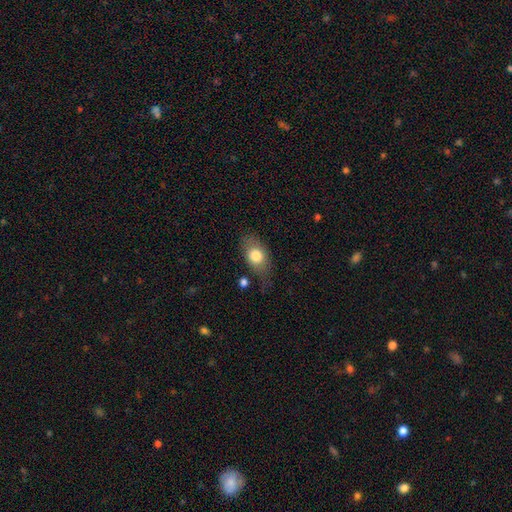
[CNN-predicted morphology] A smooth galaxy with no disk features (76%) that is in between round and cigar-shaped (82%). Merging: none (65%).